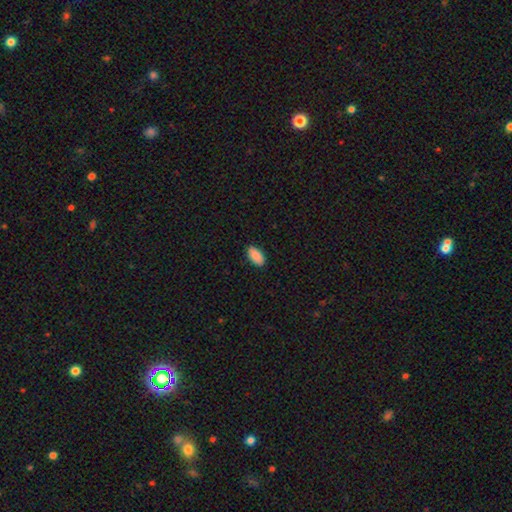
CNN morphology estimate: Smooth or featured?
  - smooth: 90% *
  - star or artifact: 6%
  - featured or disk: 3%
How rounded?
  - in between: 94% *
  - cigar-shaped: 3%
  - round: 2%
Merging?
  - none: 89% *
  - minor disturbance: 8%
  - major disturbance: 2%
  - merger: 1%